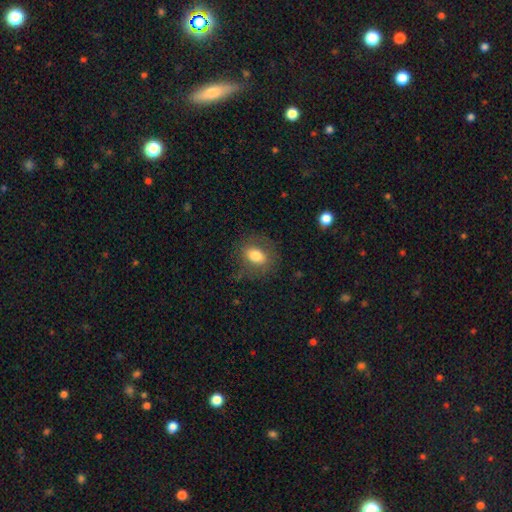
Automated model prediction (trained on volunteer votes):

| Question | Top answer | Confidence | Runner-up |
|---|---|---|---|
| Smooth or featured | smooth | 75% | featured or disk (16%) |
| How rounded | in between | 64% | round (34%) |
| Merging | none | 75% | minor disturbance (16%) |